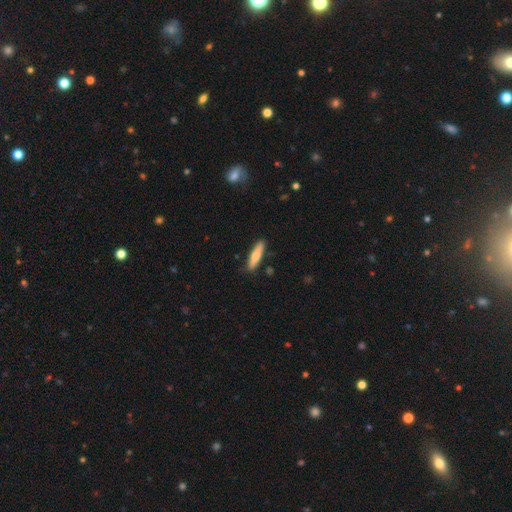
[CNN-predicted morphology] This appears to be a smooth galaxy with no disk features (68%) that is cigar-shaped (78%). Merging: none (86%).